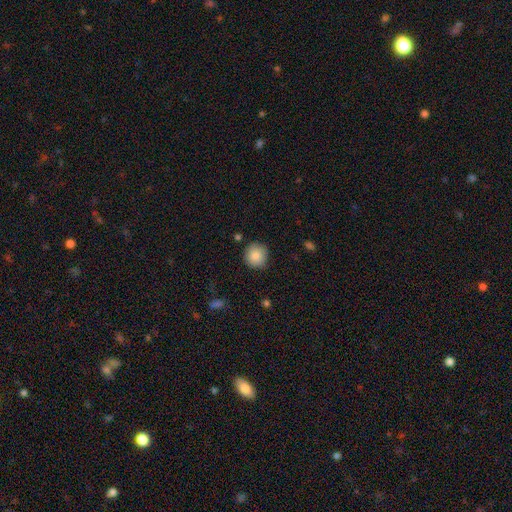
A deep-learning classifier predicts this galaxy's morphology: type=smooth (87%); roundness=round (92%); merging=none (85%).